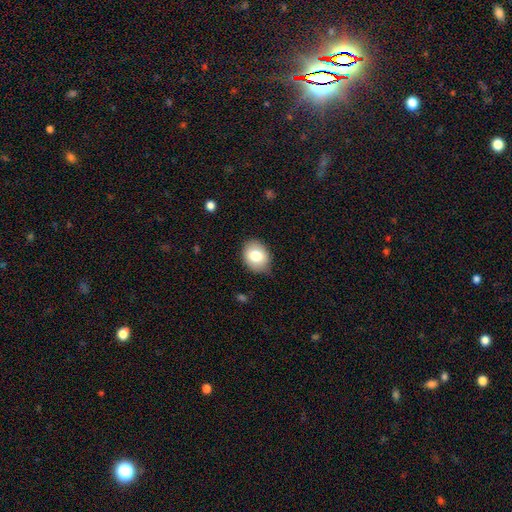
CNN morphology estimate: This is likely a smooth galaxy (79%). How rounded: possibly in between (57%). Merging: clearly none (80%).